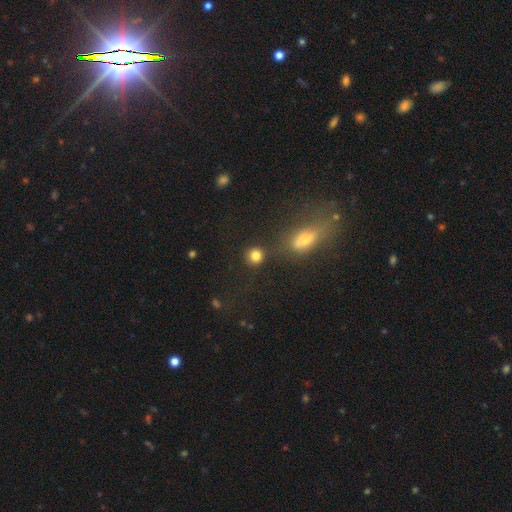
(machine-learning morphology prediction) Smooth or featured? Predicted: smooth (p=0.83). How rounded? Predicted: round (p=0.90). Merging? Predicted: none (p=0.81).